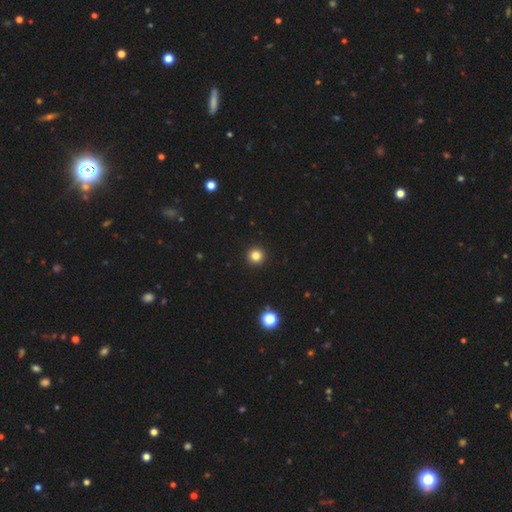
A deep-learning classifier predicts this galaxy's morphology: Smooth or featured: smooth — 83% (star or artifact — 13%)
How rounded: round — 96% (in between — 3%)
Merging: none — 94% (minor disturbance — 4%)